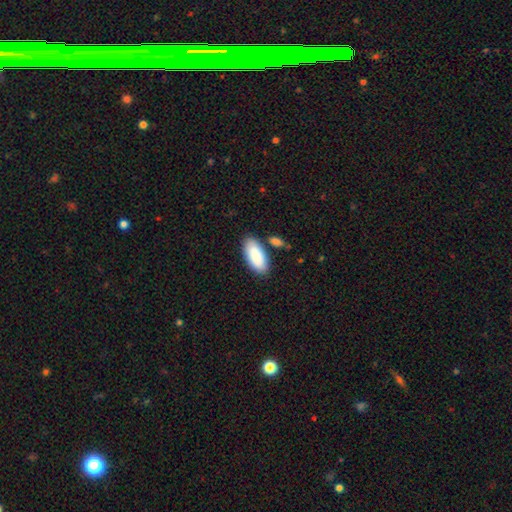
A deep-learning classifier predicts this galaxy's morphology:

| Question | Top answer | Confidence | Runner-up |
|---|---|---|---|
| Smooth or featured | smooth | 88% | featured or disk (6%) |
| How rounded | in between | 90% | cigar-shaped (8%) |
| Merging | none | 77% | minor disturbance (12%) |